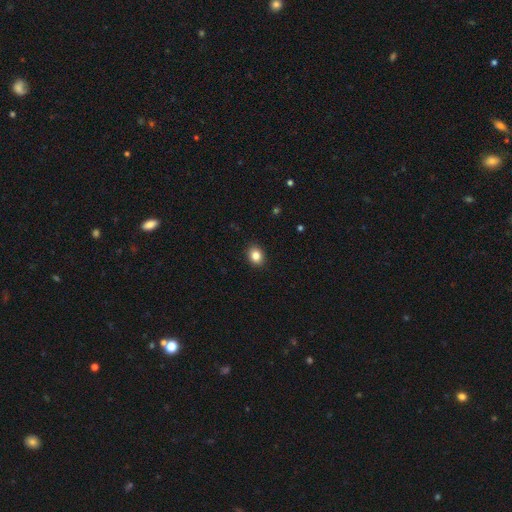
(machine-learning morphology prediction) A smooth galaxy with no disk features (85%) that is in between round and cigar-shaped (51%).

Vote fractions:
- Smooth or featured? smooth: 85% / star or artifact: 10% / featured or disk: 6%
- How rounded? in between: 51% / round: 48% / cigar-shaped: 1%
- Merging? none: 90% / minor disturbance: 7% / major disturbance: 2% / merger: 1%